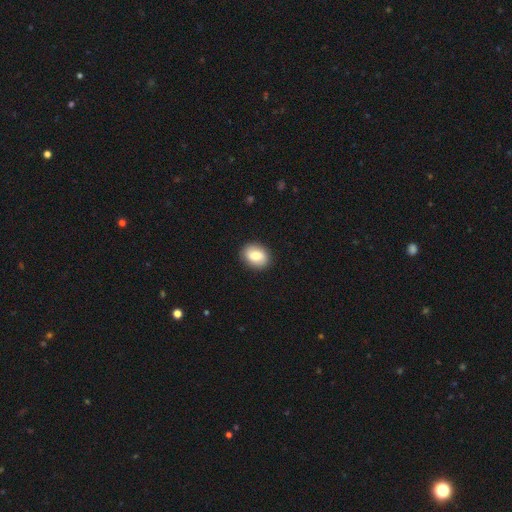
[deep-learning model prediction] Smooth or featured?
  - smooth: 80% *
  - featured or disk: 12%
  - star or artifact: 7%
How rounded?
  - in between: 59% *
  - round: 40%
  - cigar-shaped: 1%
Merging?
  - none: 89% *
  - minor disturbance: 8%
  - major disturbance: 2%
  - merger: 1%